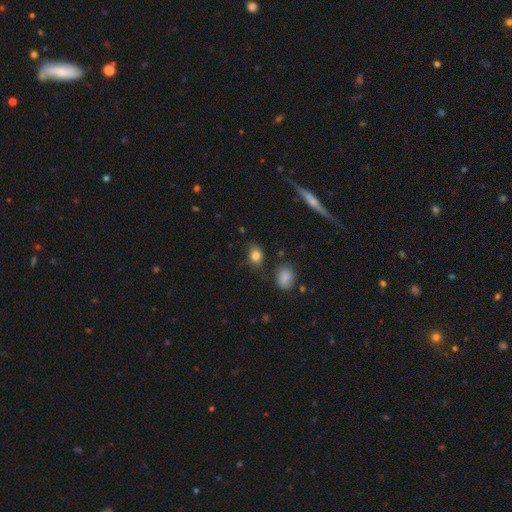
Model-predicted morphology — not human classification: Smooth or featured: smooth — 82% (star or artifact — 10%)
How rounded: in between — 68% (round — 30%)
Merging: none — 70% (minor disturbance — 20%)